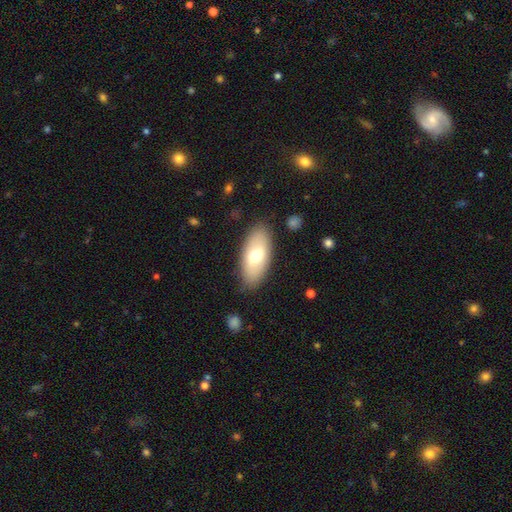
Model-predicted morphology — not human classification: This is likely a smooth galaxy (64%). How rounded: clearly in between (90%). Merging: clearly none (83%).